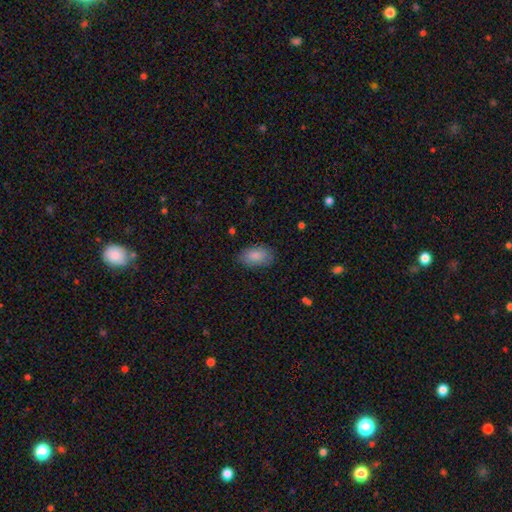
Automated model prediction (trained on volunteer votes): The model was most divided on "merging": none: 85%, minor disturbance: 12%, major disturbance: 3%, merger: 1%. More confident: how rounded — in between (93%); smooth or featured — smooth (87%).